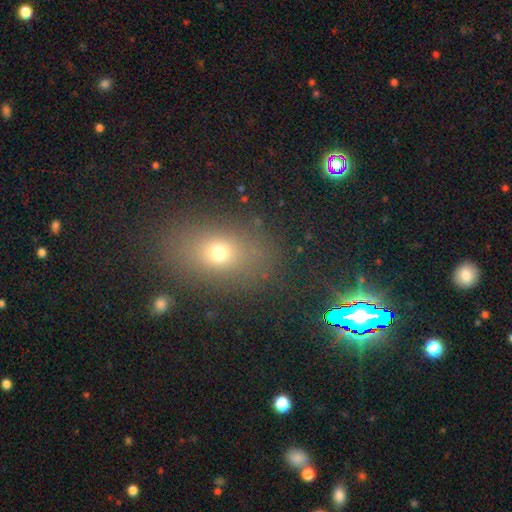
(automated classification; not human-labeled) smooth_or_featured: smooth (p=0.56) [alt: star or artifact p=0.31]
how_rounded: in between (p=0.71) [alt: round p=0.26]
merging: none (p=0.85) [alt: minor disturbance p=0.09]